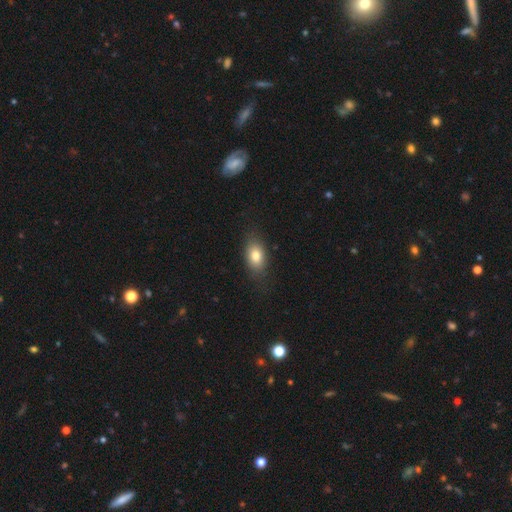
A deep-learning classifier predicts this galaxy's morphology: Overall: smooth (79%). How rounded: in between (83%). Merging: none (80%).